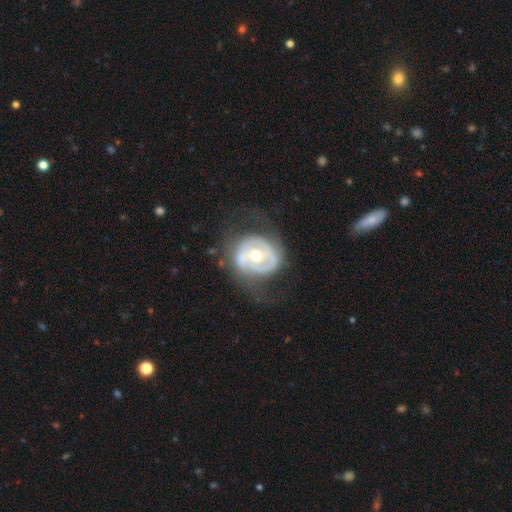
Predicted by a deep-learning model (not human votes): smooth_or_featured: featured or disk (p=0.73) [alt: smooth p=0.22]
disk_edge_on: no (p=0.96) [alt: yes p=0.04]
bar: no (p=0.55) [alt: weak p=0.28]
has_spiral_arms: yes (p=0.56) [alt: no p=0.44]
bulge_size: moderate (p=0.67) [alt: small p=0.27]
merging: none (p=0.55) [alt: major disturbance p=0.22]